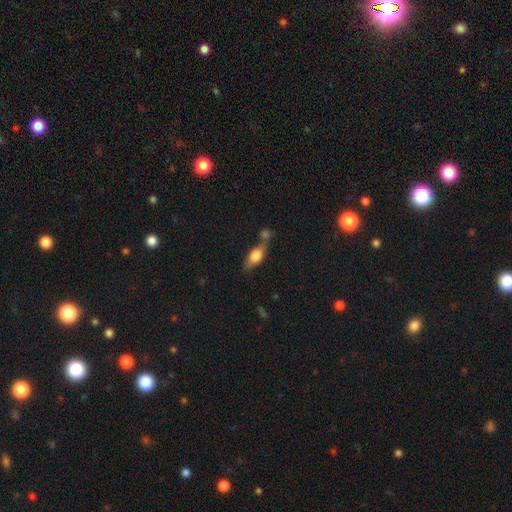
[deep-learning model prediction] Overall: smooth (55%; featured or disk 37%). How rounded: in between (68%). Merging: none (46%; merger 31%).